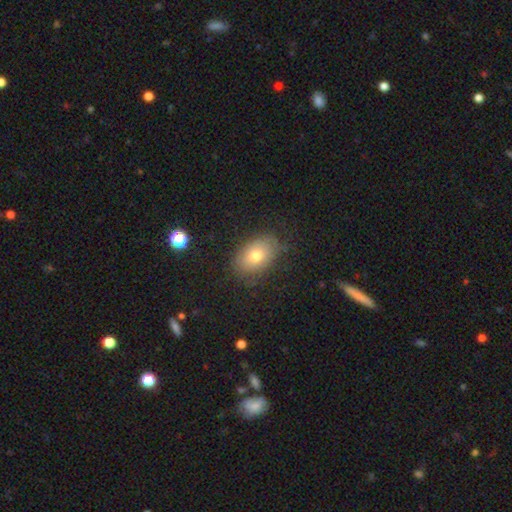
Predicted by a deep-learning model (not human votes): smooth-or-featured: smooth: 67% | featured or disk: 21% | star or artifact: 12%
  how-rounded: in between: 82% | round: 17% | cigar-shaped: 1%
  merging: none: 76% | minor disturbance: 17% | major disturbance: 6% | merger: 1%